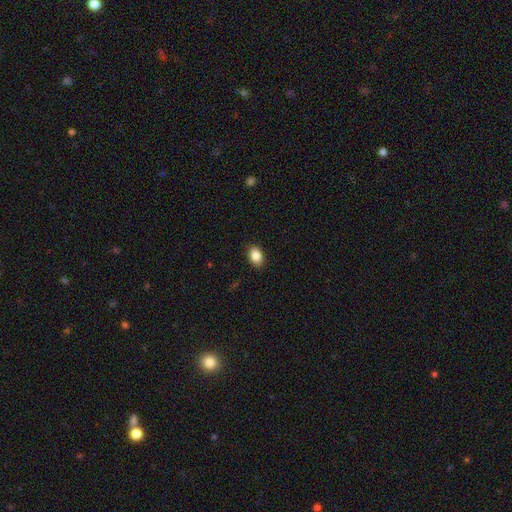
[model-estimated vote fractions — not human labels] Morphology: type=smooth (86%); roundness=in between (77%); merging=none (88%).